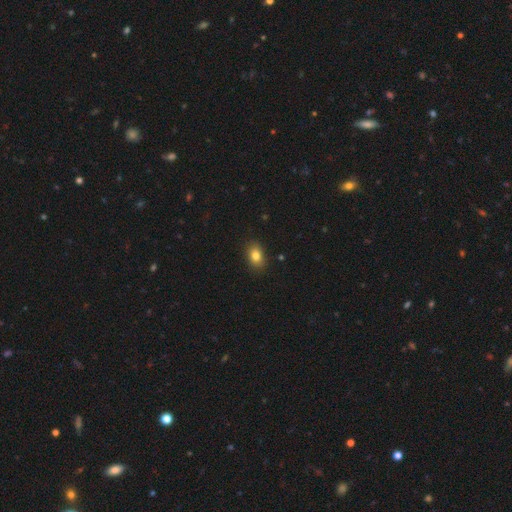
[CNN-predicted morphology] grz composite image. It shows a smooth galaxy with no disk features (82%) that is in between round and cigar-shaped (78%). Merging: none (87%).